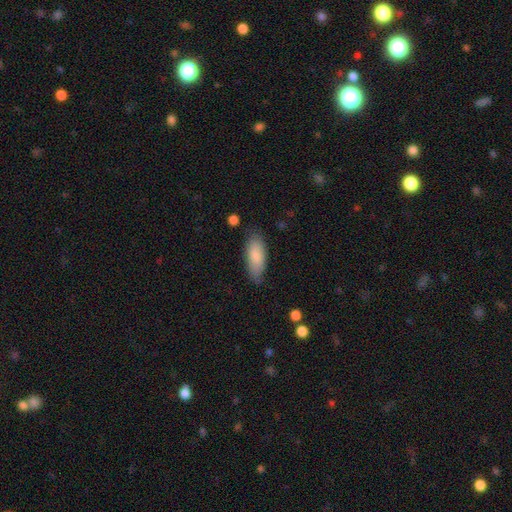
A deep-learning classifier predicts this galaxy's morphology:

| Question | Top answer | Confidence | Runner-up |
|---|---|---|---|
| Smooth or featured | smooth | 83% | featured or disk (11%) |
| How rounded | in between | 79% | cigar-shaped (19%) |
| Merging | none | 75% | minor disturbance (19%) |